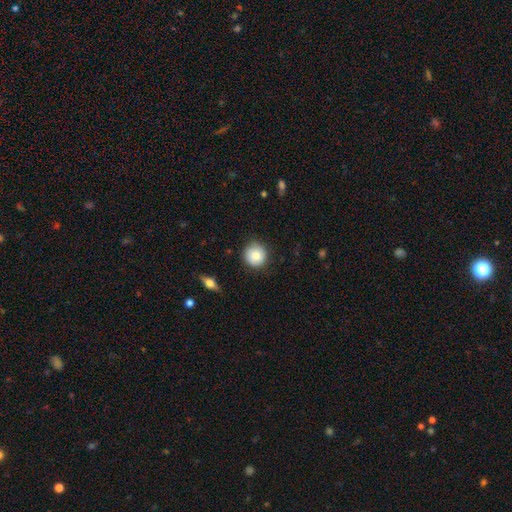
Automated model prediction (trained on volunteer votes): Smooth or featured: smooth — 81% (featured or disk — 11%)
How rounded: round — 94% (in between — 5%)
Merging: none — 86% (minor disturbance — 11%)